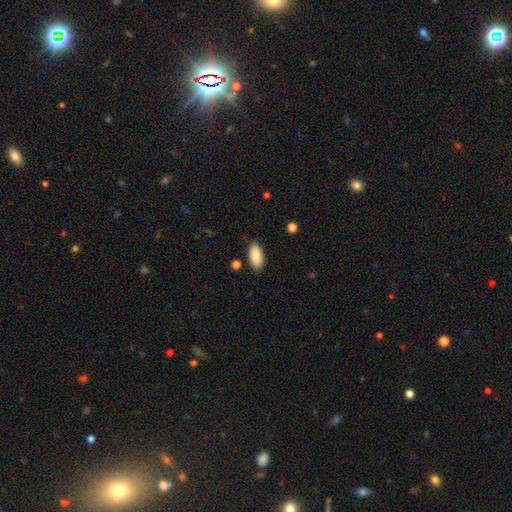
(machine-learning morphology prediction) A smooth galaxy with no disk features (87%) that is in between round and cigar-shaped (90%).

Vote fractions:
- Smooth or featured? smooth: 87% / featured or disk: 7% / star or artifact: 6%
- How rounded? in between: 90% / cigar-shaped: 8% / round: 2%
- Merging? none: 87% / minor disturbance: 9% / major disturbance: 2% / merger: 2%